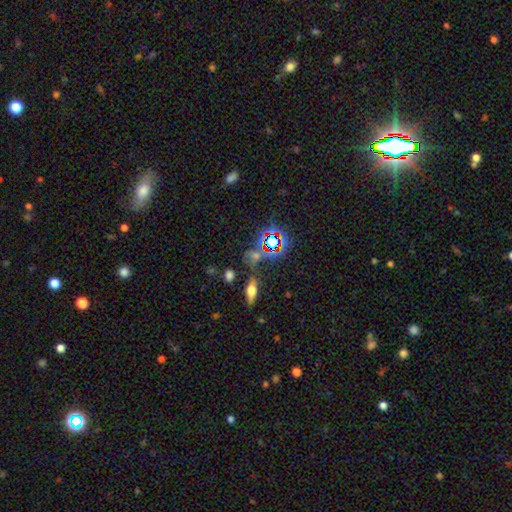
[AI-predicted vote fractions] This appears to be a star or artifact, not a galaxy (49%).